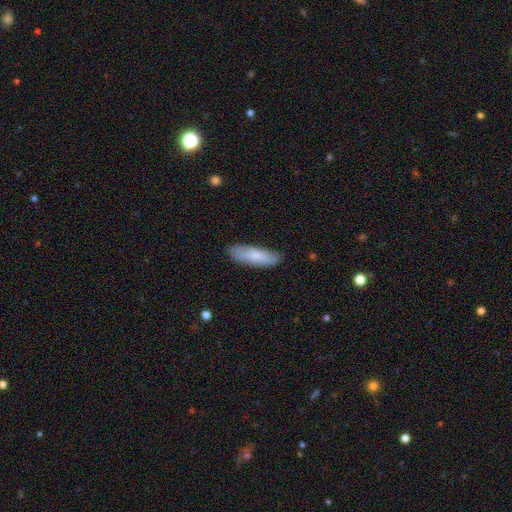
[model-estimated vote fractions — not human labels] Smooth or featured? smooth (73%)
How rounded? cigar-shaped (52%)
Merging? none (81%)